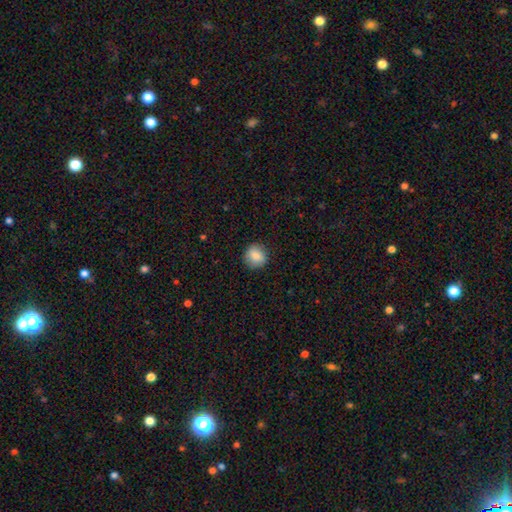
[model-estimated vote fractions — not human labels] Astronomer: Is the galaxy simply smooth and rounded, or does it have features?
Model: smooth — 84%.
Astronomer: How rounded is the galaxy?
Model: round — 90%.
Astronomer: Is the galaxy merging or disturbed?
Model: none — 90%.